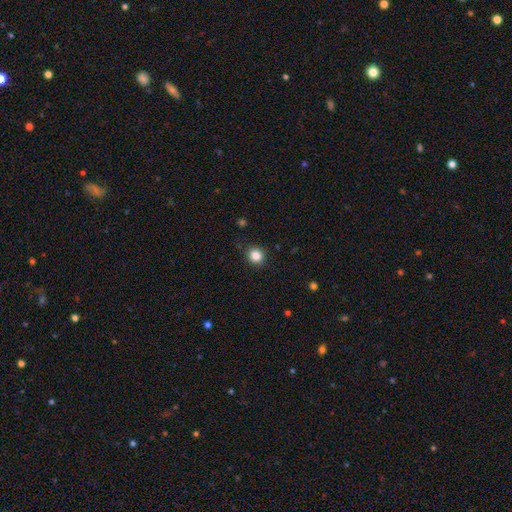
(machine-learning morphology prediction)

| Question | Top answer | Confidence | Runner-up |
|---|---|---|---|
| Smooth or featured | smooth | 85% | star or artifact (11%) |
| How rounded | round | 85% | in between (14%) |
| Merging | none | 89% | minor disturbance (8%) |